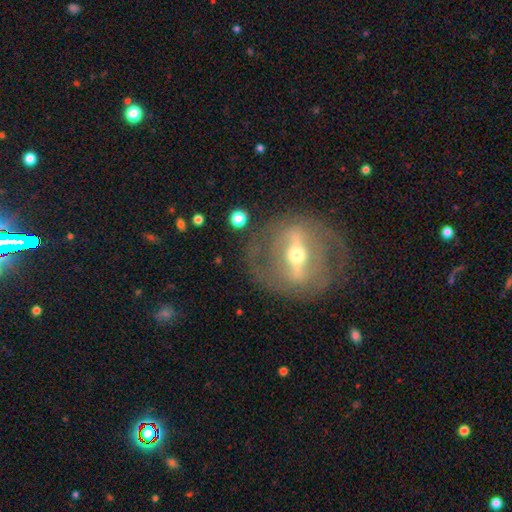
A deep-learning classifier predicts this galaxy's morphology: The model was most divided on "spiral arms": yes: 64%, no: 36%. More confident: smooth or featured — featured or disk (81%); edge-on disk — no (75%); merging — none (75%); bar — strong (72%); bulge size — moderate (61%).